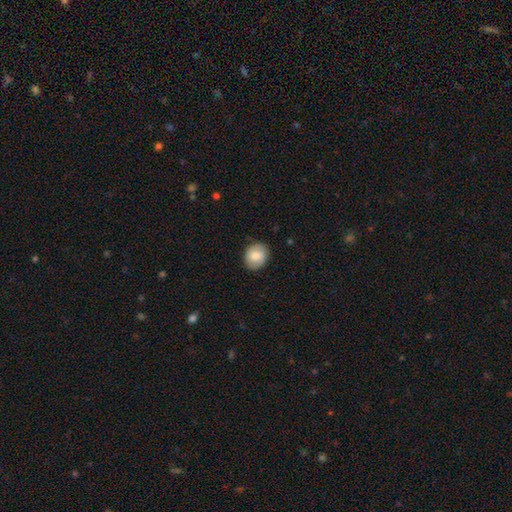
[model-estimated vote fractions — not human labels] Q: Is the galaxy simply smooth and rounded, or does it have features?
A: smooth — 72%.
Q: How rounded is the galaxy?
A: round — 66%.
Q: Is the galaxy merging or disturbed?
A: none — 86%.